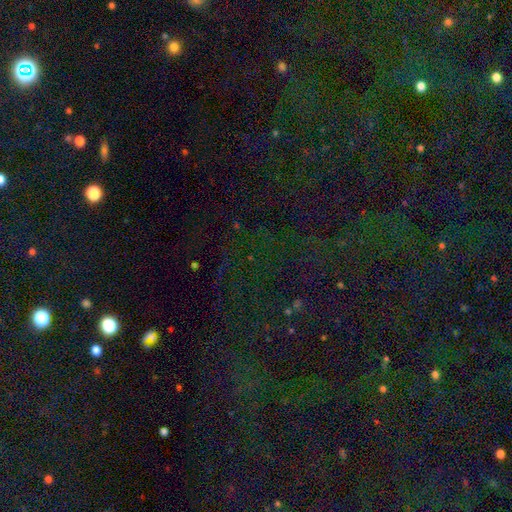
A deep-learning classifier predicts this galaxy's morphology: This is likely a star or artifact rather than a galaxy (79%).